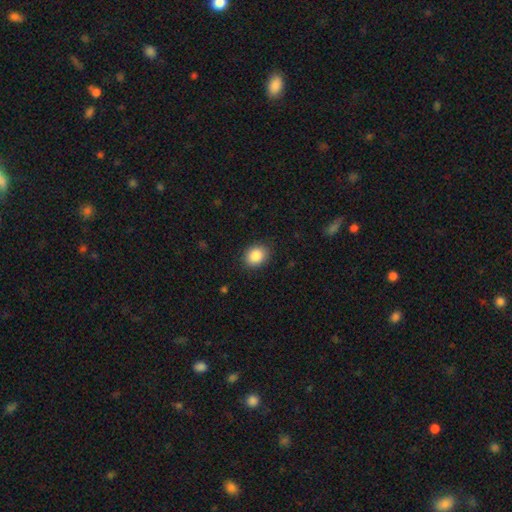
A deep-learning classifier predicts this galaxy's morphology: smooth-or-featured: smooth: 87% | star or artifact: 8% | featured or disk: 5%
  how-rounded: in between: 50% | round: 49% | cigar-shaped: 1%
  merging: none: 87% | minor disturbance: 10% | major disturbance: 2% | merger: 1%